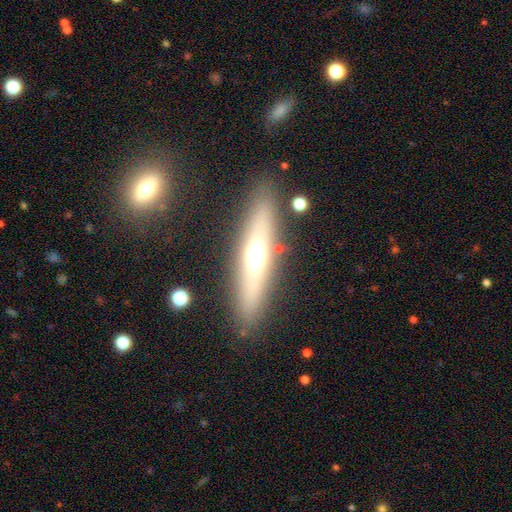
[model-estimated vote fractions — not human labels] The model was most divided on "smooth or featured": featured or disk: 47%, smooth: 44%, star or artifact: 9%. More confident: merging — none (85%).